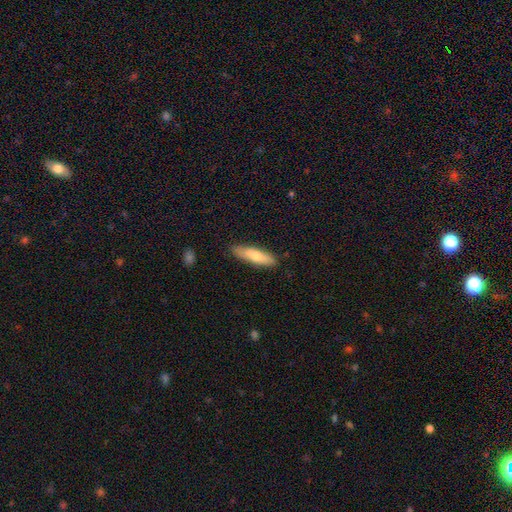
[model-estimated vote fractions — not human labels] Smooth or featured? smooth (72%)
How rounded? cigar-shaped (67%)
Merging? none (84%)